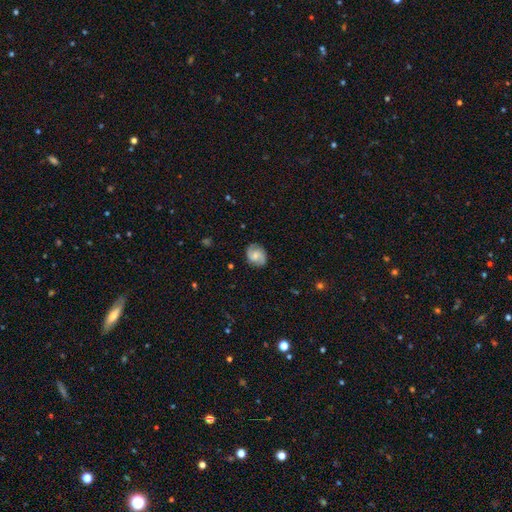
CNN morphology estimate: This is possibly a featured or disk galaxy (53%). It is clearly not viewed edge-on (97%). Bar: possibly no (59%). Spiral arm pattern: clearly yes (91%). Central bulge: marginally moderate (44%). Merging: clearly none (81%).